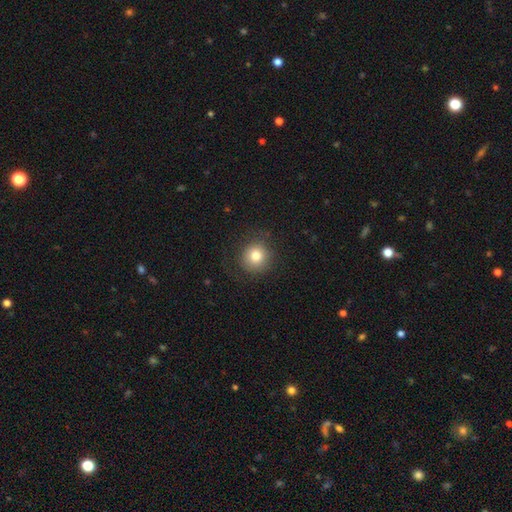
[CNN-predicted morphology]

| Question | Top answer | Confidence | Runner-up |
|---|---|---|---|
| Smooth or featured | smooth | 80% | star or artifact (11%) |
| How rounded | round | 93% | in between (6%) |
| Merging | none | 84% | minor disturbance (10%) |